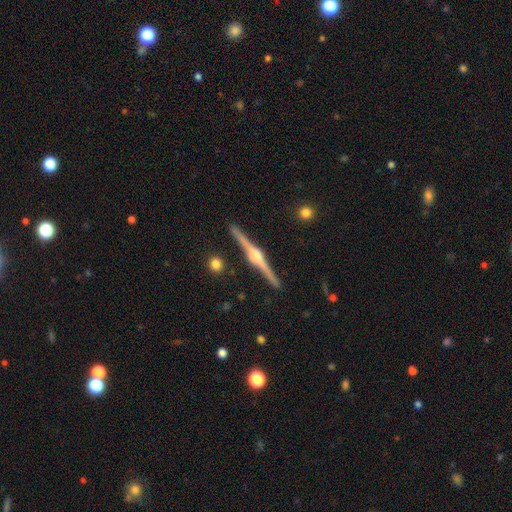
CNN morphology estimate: The model was most divided on "smooth or featured": featured or disk: 88%, smooth: 7%, star or artifact: 5%. More confident: edge-on disk — yes (99%); merging — none (92%); edge-on bulge — rounded (91%).